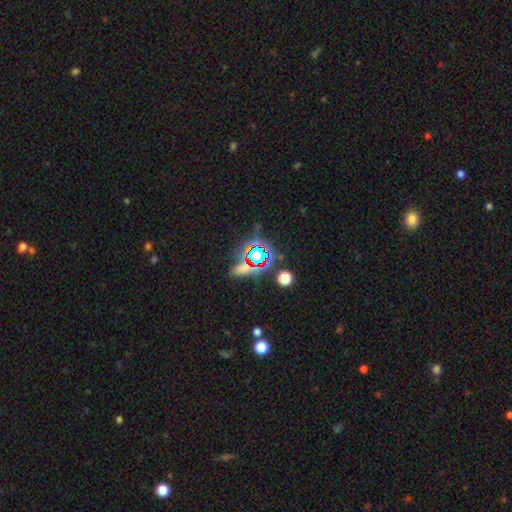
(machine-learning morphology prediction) Q: Smooth or featured?
A: star or artifact (59%); runner-up: smooth (28%)